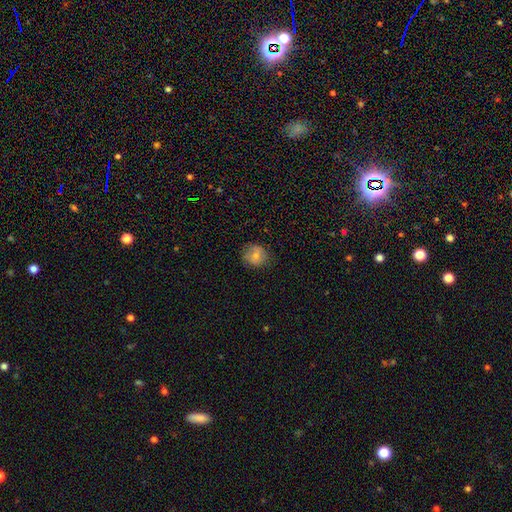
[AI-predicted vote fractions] Smooth or featured: smooth — 76% (featured or disk — 15%)
How rounded: round — 80% (in between — 19%)
Merging: none — 77% (minor disturbance — 17%)